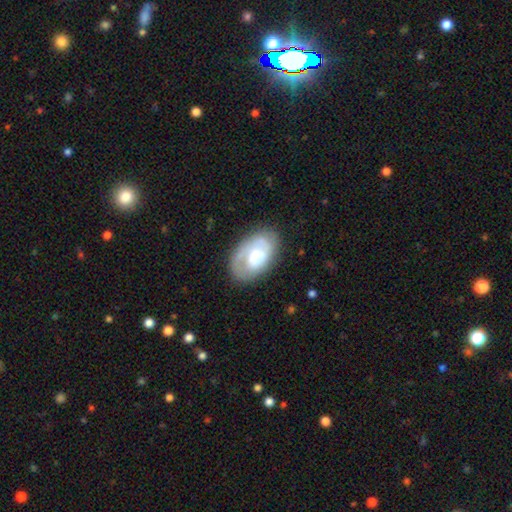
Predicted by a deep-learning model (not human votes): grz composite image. It shows a featured or disk galaxy (50%). Merging: none (62%).